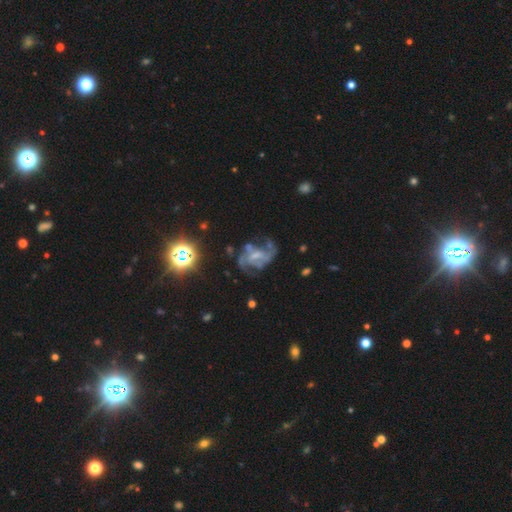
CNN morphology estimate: The model was most divided on "bulge size": none: 34%, small: 31%, moderate: 29%, large: 5%, dominant: 1%. Remaining: edge-on disk — no (97%); spiral arms — yes (75%); smooth or featured — featured or disk (72%); spiral winding — medium (45%); merging — none (44%); bar — weak (44%); spiral arm count — 2 (38%).